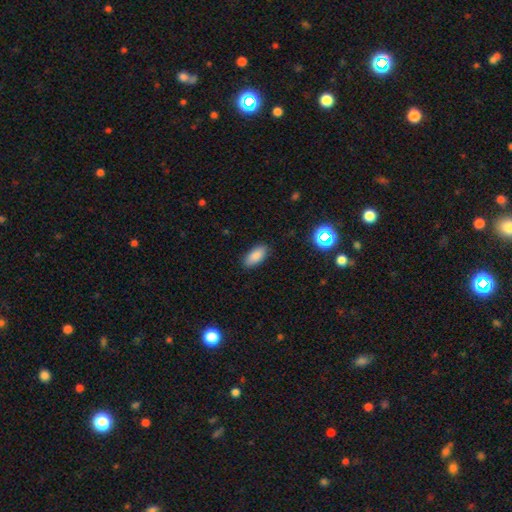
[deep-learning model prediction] smooth_or_featured: smooth (p=0.86) [alt: star or artifact p=0.09]
how_rounded: in between (p=0.89) [alt: cigar-shaped p=0.08]
merging: none (p=0.88) [alt: minor disturbance p=0.09]